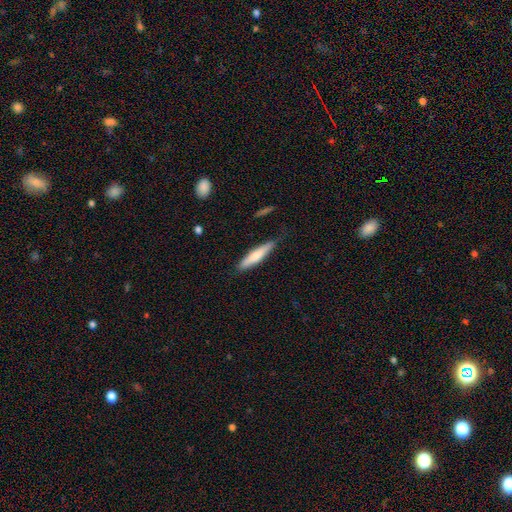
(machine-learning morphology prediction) A smooth galaxy with no disk features (70%) that is cigar-shaped (84%). Merging: none (81%).